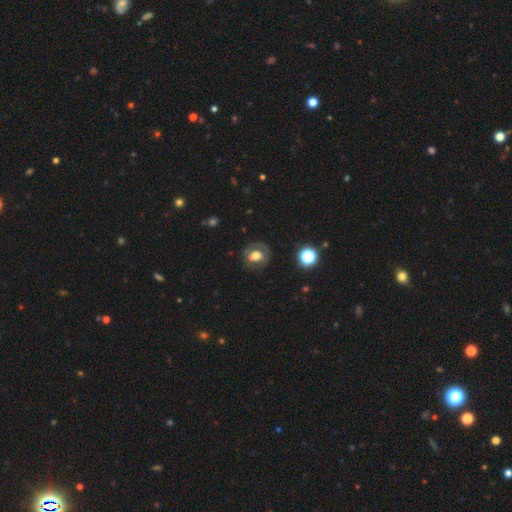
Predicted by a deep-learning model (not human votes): Smooth or featured: smooth — 48% (featured or disk — 42%)
Merging: none — 67% (minor disturbance — 19%)